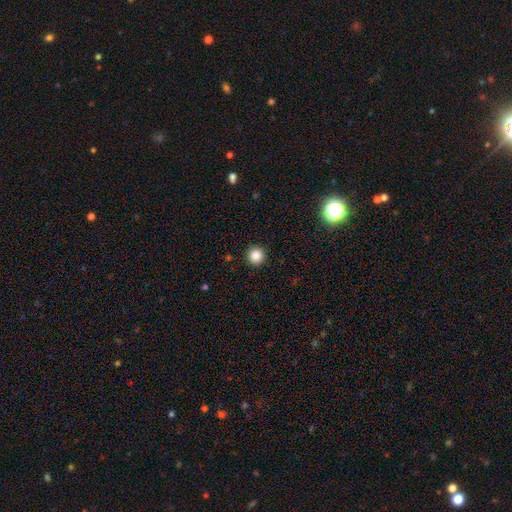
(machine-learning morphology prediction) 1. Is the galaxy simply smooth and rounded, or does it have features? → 86% smooth, 11% star or artifact, 3% featured or disk.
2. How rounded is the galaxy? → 95% round, 4% in between, 1% cigar-shaped.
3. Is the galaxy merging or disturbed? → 93% none, 5% minor disturbance, 2% major disturbance, 1% merger.